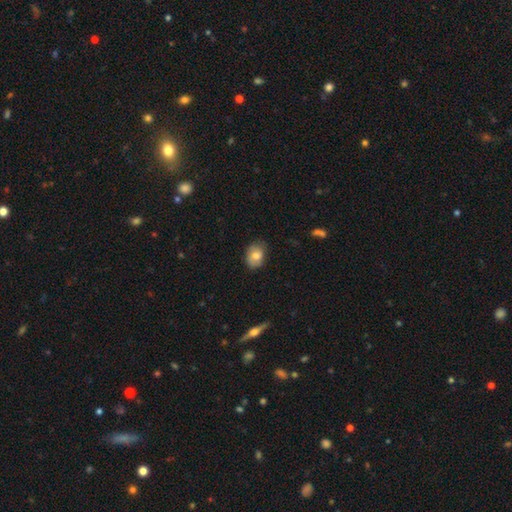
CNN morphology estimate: smooth_or_featured: smooth (p=0.74) [alt: featured or disk p=0.18]
how_rounded: in between (p=0.70) [alt: round p=0.29]
merging: none (p=0.74) [alt: minor disturbance p=0.21]